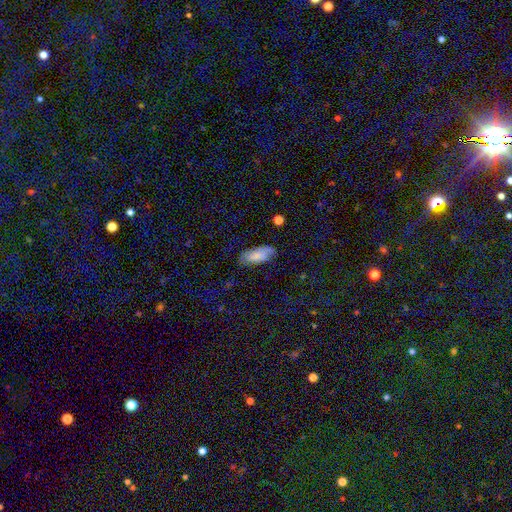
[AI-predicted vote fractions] smooth_or_featured: smooth (p=0.61) [alt: featured or disk p=0.30]
how_rounded: in between (p=0.85) [alt: cigar-shaped p=0.13]
merging: none (p=0.69) [alt: minor disturbance p=0.22]